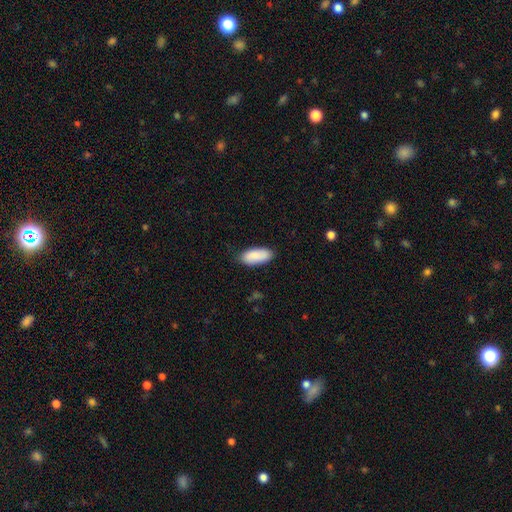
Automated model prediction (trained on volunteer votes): Overall: smooth (88%). How rounded: in between (85%). Merging: none (82%).